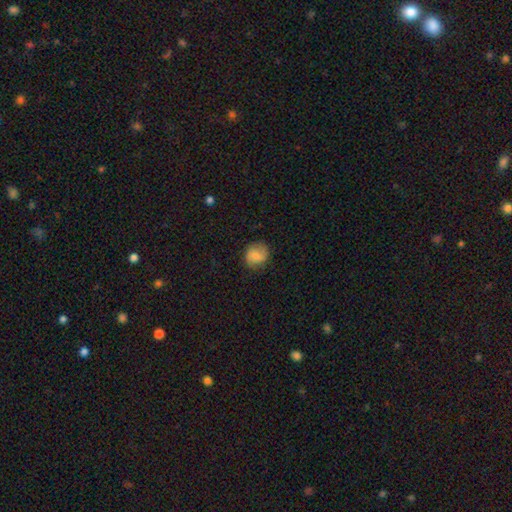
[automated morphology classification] Overall: smooth (75%). How rounded: round (75%). Merging: none (77%).